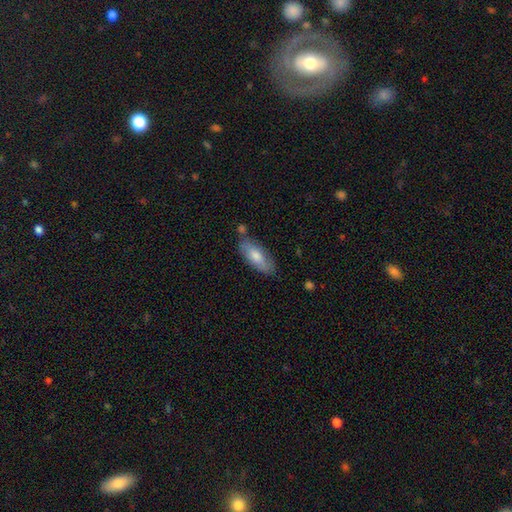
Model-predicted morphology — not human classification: smooth_or_featured: smooth (p=0.69) [alt: featured or disk p=0.25]
how_rounded: in between (p=0.76) [alt: cigar-shaped p=0.22]
merging: none (p=0.71) [alt: minor disturbance p=0.18]